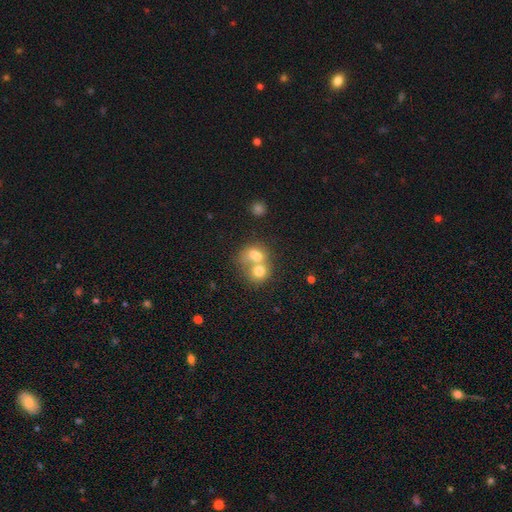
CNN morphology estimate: Overall: smooth (69%). How rounded: round (59%; in between 40%). Merging: merger (71%).